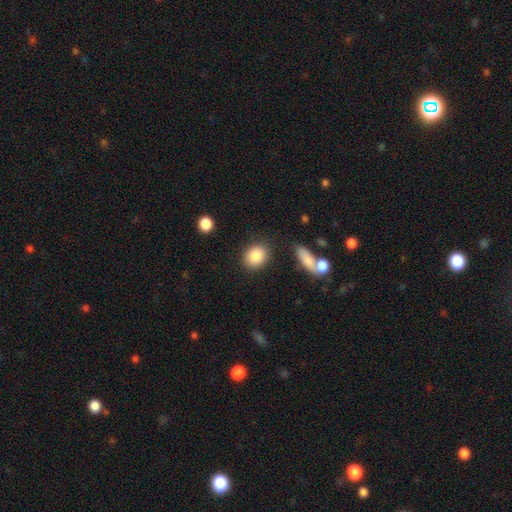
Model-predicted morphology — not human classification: Q: Smooth or featured?
A: smooth (86%); runner-up: star or artifact (7%)
Q: How rounded?
A: round (52%); runner-up: in between (47%)
Q: Merging?
A: none (83%); runner-up: minor disturbance (10%)